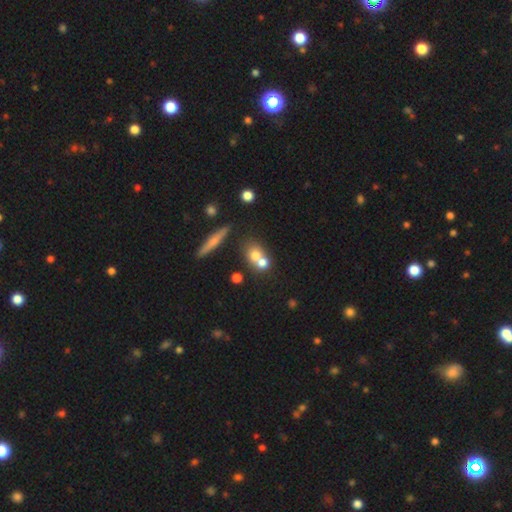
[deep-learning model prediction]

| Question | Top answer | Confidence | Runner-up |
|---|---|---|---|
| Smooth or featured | smooth | 66% | featured or disk (21%) |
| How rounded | round | 70% | in between (26%) |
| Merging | merger | 54% | none (35%) |